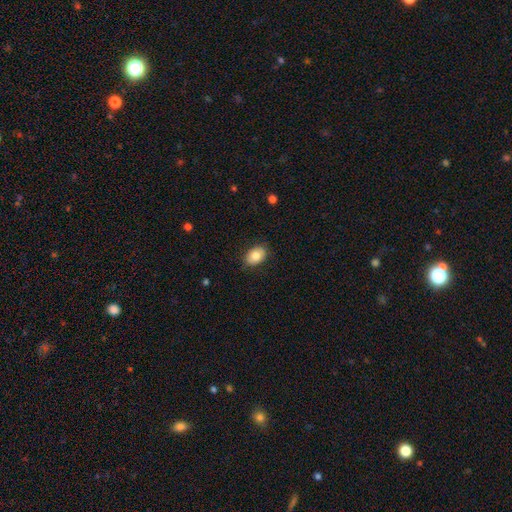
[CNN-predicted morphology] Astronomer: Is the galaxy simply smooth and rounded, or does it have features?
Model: smooth — 82%.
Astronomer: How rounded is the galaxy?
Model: in between — 81%.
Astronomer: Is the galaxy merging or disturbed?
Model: none — 85%.